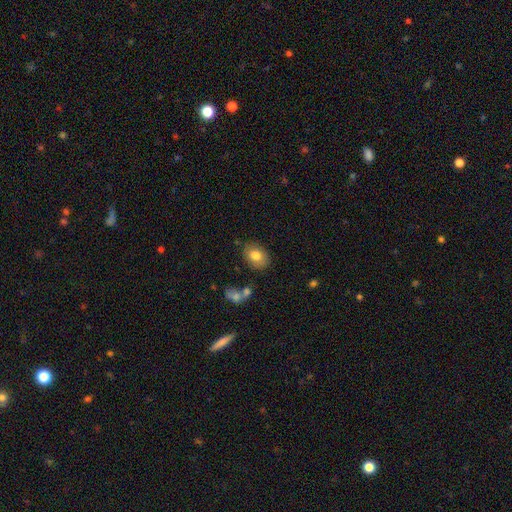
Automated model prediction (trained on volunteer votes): Smooth or featured? Predicted: smooth (p=0.80). How rounded? Predicted: in between (p=0.72). Merging? Predicted: none (p=0.79).